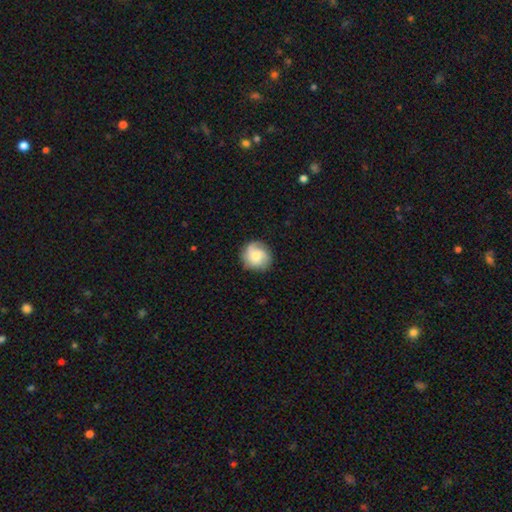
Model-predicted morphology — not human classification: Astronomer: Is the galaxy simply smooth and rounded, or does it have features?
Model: featured or disk — 46%, tied with smooth at 46%.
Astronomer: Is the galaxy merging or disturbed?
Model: none — 80%.